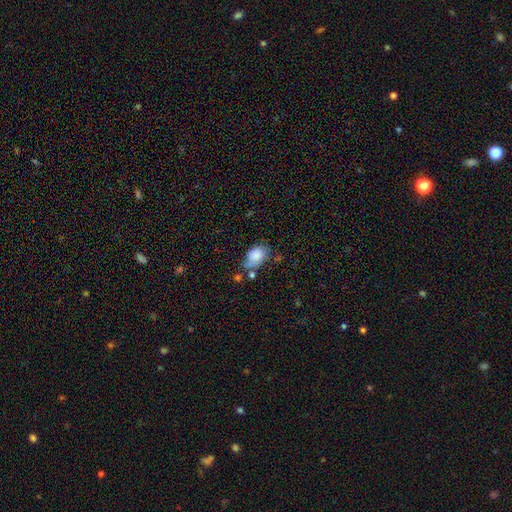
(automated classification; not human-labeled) A smooth galaxy with no disk features (78%) that is in between round and cigar-shaped (78%).

Vote fractions:
- Smooth or featured? smooth: 78% / featured or disk: 13% / star or artifact: 9%
- How rounded? in between: 78% / round: 20% / cigar-shaped: 1%
- Merging? none: 40% / minor disturbance: 32% / major disturbance: 14% / merger: 14%